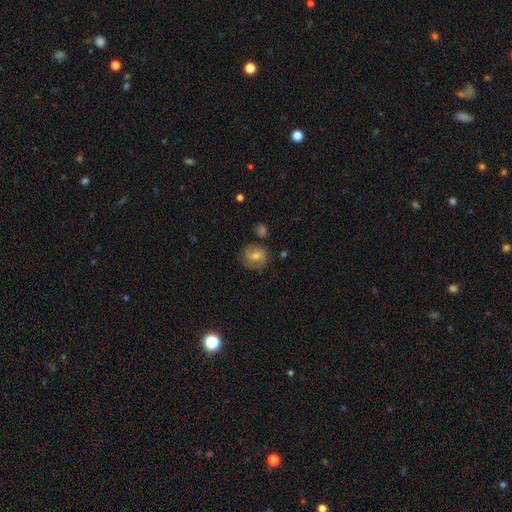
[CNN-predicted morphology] smooth_or_featured: featured or disk (p=0.51) [alt: smooth p=0.37]
disk_edge_on: no (p=0.96) [alt: yes p=0.04]
merging: none (p=0.73) [alt: minor disturbance p=0.16]